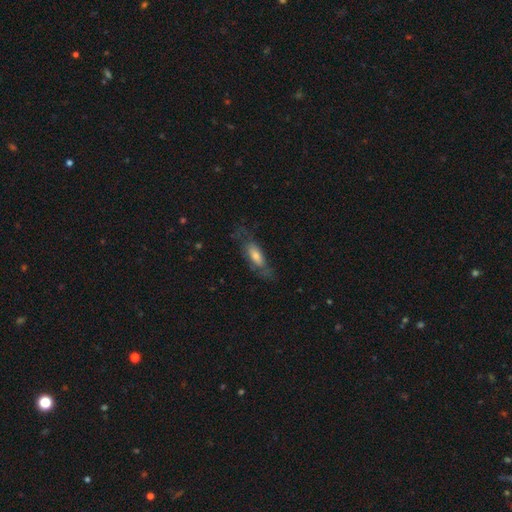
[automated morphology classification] Smooth or featured?
  - smooth: 52% *
  - featured or disk: 40%
  - star or artifact: 8%
How rounded?
  - in between: 62% *
  - cigar-shaped: 35%
  - round: 3%
Merging?
  - none: 58% *
  - minor disturbance: 23%
  - major disturbance: 17%
  - merger: 2%